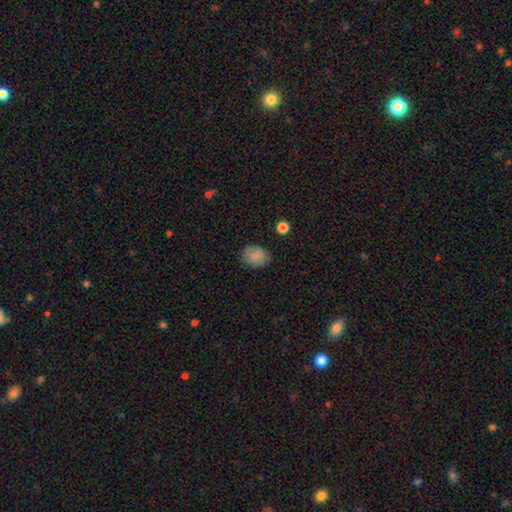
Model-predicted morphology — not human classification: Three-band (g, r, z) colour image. It shows a smooth galaxy with no disk features (84%) that is in between round and cigar-shaped (60%). Merging: none (78%).